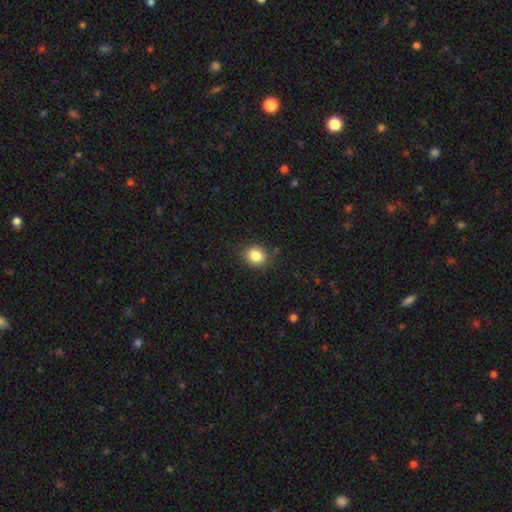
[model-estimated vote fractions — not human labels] A smooth galaxy with no disk features (84%) that is round (71%). Merging: none (83%).